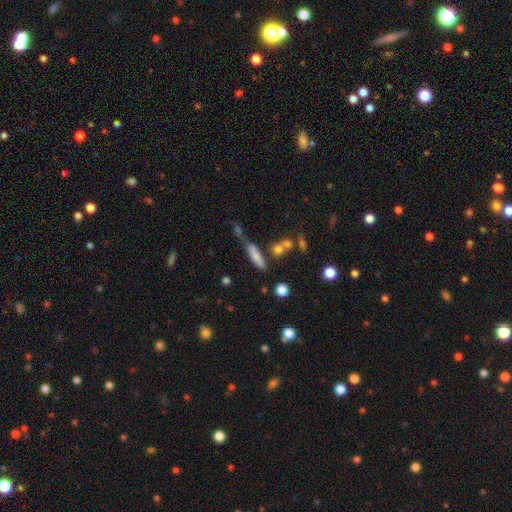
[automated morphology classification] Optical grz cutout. It shows a smooth galaxy with no disk features (69%) that is cigar-shaped (69%). Merging: none (46%).